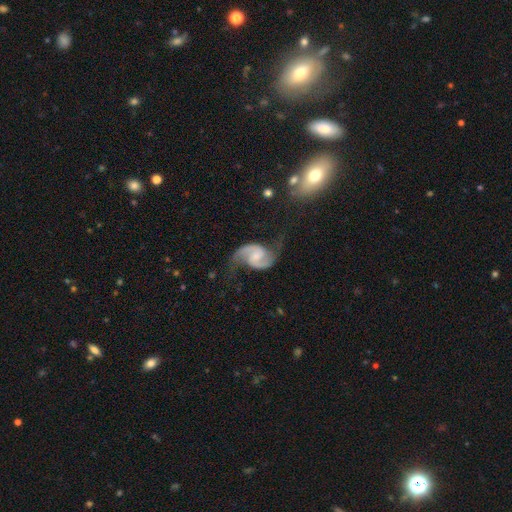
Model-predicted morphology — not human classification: Smooth or featured? featured or disk (91%)
Edge-on disk? no (98%)
Bar? weak (46%)
Spiral arms? yes (98%)
Spiral winding? medium (47%)
Spiral arm count? 2 (94%)
Bulge size? small (36%)
Merging? none (68%)